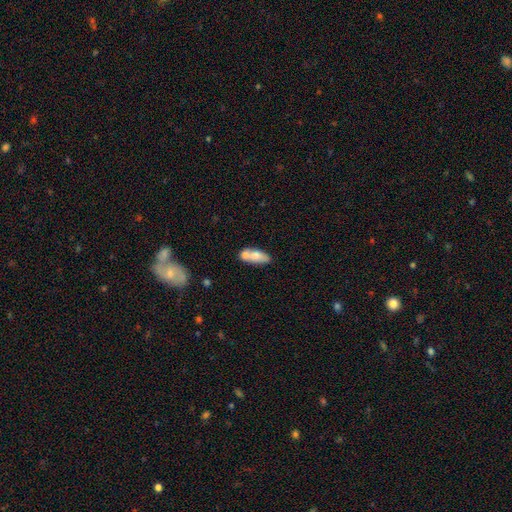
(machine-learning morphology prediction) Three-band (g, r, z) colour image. It shows a smooth galaxy with no disk features (71%) that is in between round and cigar-shaped (77%). Merging: none (44%).